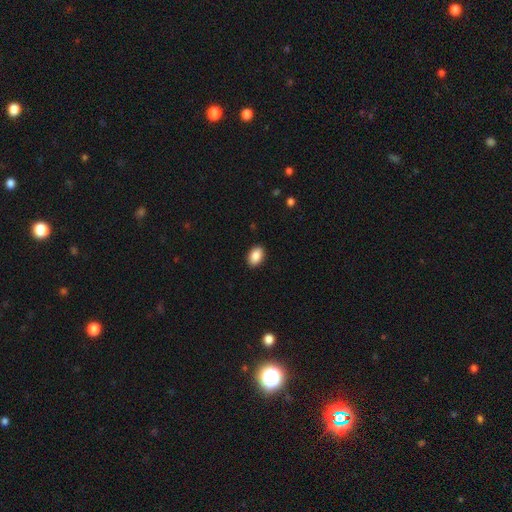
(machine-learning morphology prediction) Smooth or featured? Predicted: smooth (p=0.88). How rounded? Predicted: in between (p=0.87). Merging? Predicted: none (p=0.90).